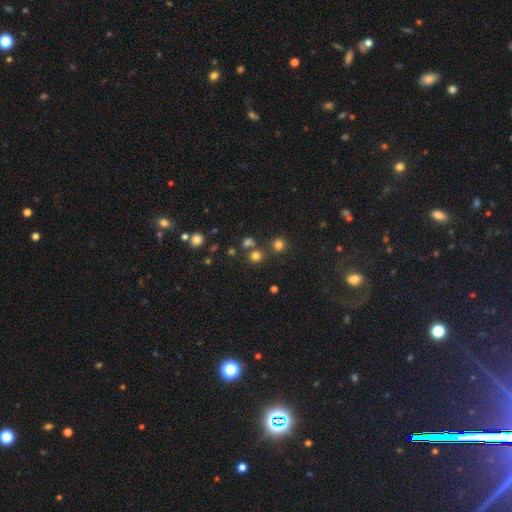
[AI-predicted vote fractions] smooth_or_featured: smooth (p=0.72) [alt: star or artifact p=0.21]
how_rounded: round (p=0.88) [alt: in between p=0.11]
merging: none (p=0.72) [alt: merger p=0.16]